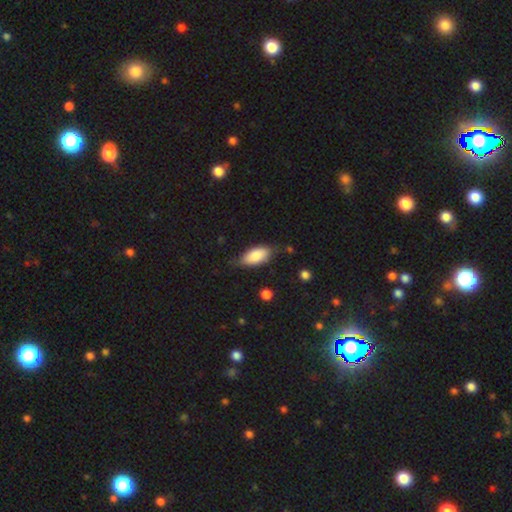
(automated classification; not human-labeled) This is clearly a smooth galaxy (83%). How rounded: clearly in between (87%). Merging: likely none (67%).